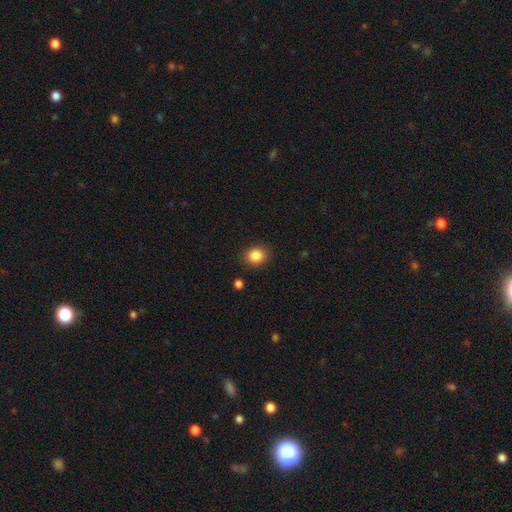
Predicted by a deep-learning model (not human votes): The model was most divided on "how rounded": round: 72%, in between: 27%, cigar-shaped: 1%. More confident: merging — none (87%); smooth or featured — smooth (85%).